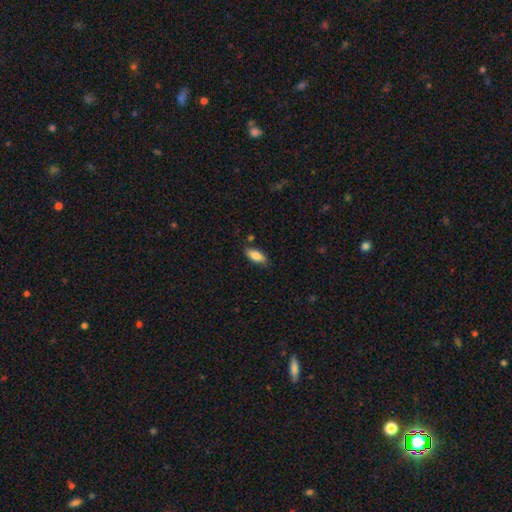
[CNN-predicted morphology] type=smooth (83%); roundness=in between (83%); merging=none (79%).